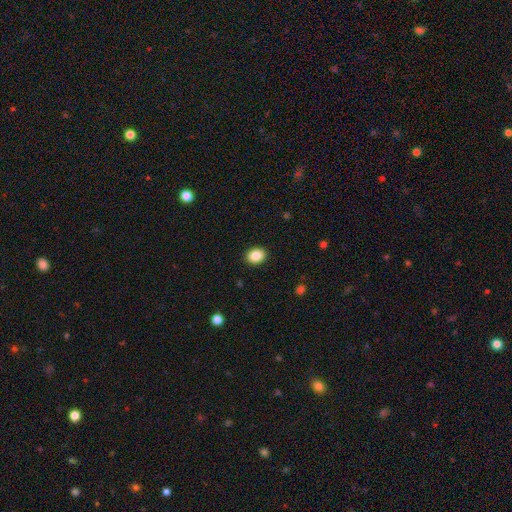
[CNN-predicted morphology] Smooth or featured?
  - smooth: 87% *
  - star or artifact: 9%
  - featured or disk: 5%
How rounded?
  - in between: 54% *
  - round: 45%
  - cigar-shaped: 1%
Merging?
  - none: 91% *
  - minor disturbance: 6%
  - major disturbance: 2%
  - merger: 1%